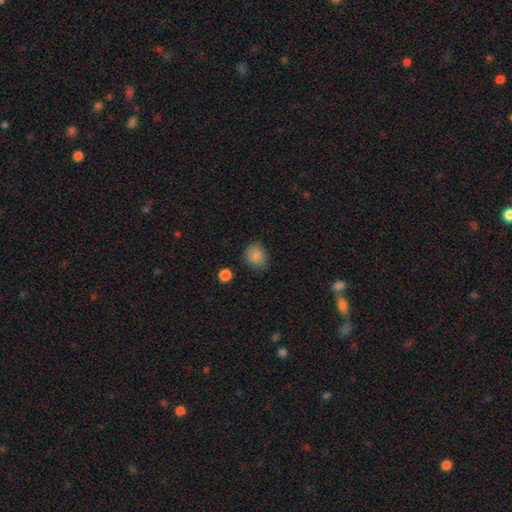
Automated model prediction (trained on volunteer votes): Q: Smooth or featured?
A: smooth (85%); runner-up: star or artifact (10%)
Q: How rounded?
A: round (65%); runner-up: in between (34%)
Q: Merging?
A: none (76%); runner-up: minor disturbance (18%)